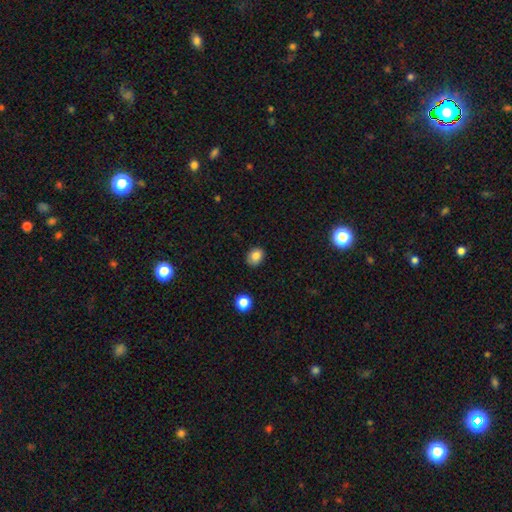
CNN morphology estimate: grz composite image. It shows a smooth galaxy with no disk features (83%) that is in between round and cigar-shaped (52%). Merging: none (83%).